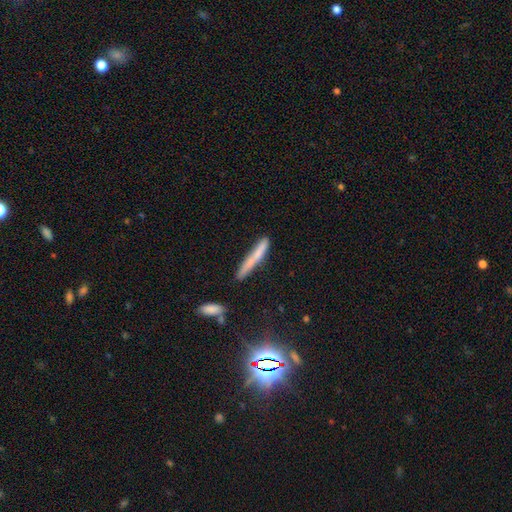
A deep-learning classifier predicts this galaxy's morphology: Smooth or featured: smooth — 59% (featured or disk — 29%)
How rounded: cigar-shaped — 94% (in between — 4%)
Merging: none — 71% (minor disturbance — 19%)